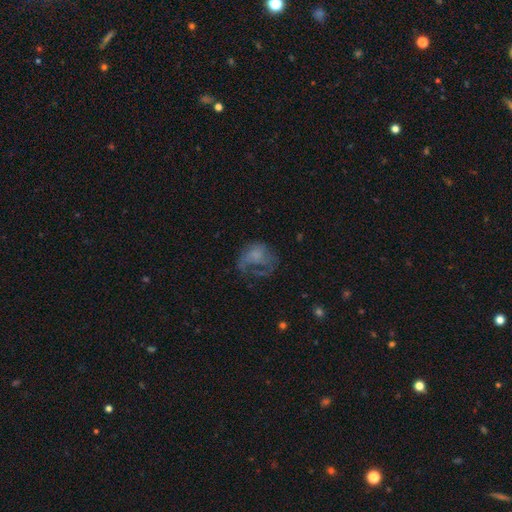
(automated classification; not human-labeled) Smooth or featured?
  - featured or disk: 47% *
  - smooth: 41%
  - star or artifact: 12%
Merging?
  - major disturbance: 48% *
  - none: 30%
  - minor disturbance: 19%
  - merger: 3%